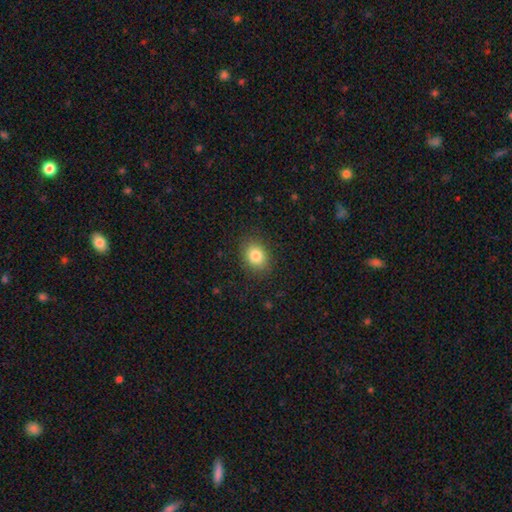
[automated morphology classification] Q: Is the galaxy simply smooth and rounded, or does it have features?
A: smooth — 83%.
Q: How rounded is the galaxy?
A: in between — 51%.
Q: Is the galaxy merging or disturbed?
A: none — 86%.